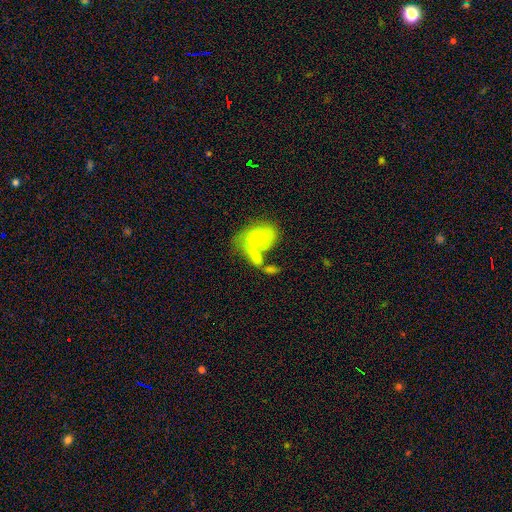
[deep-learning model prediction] This is possibly a smooth galaxy (50%). Merging: possibly merger (53%).